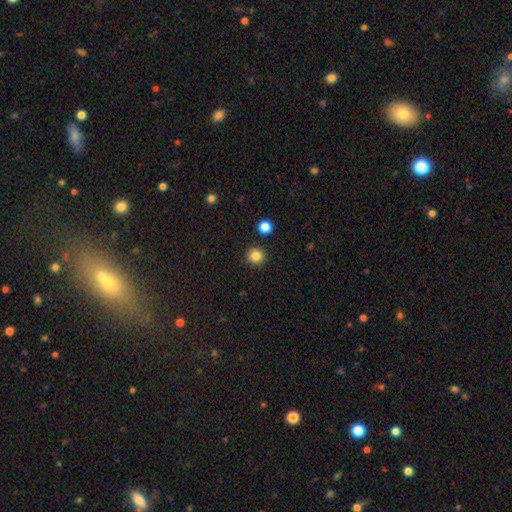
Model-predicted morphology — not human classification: A smooth galaxy with no disk features (84%) that is round (95%). Merging: none (92%).